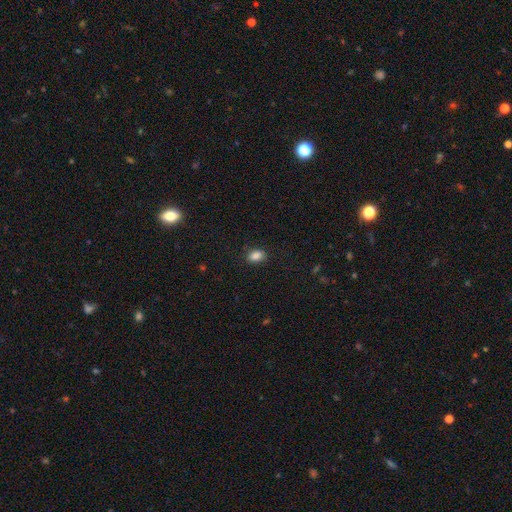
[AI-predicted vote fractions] Smooth or featured?
  - smooth: 87% *
  - star or artifact: 10%
  - featured or disk: 4%
How rounded?
  - in between: 80% *
  - round: 18%
  - cigar-shaped: 2%
Merging?
  - none: 84% *
  - minor disturbance: 12%
  - major disturbance: 3%
  - merger: 1%